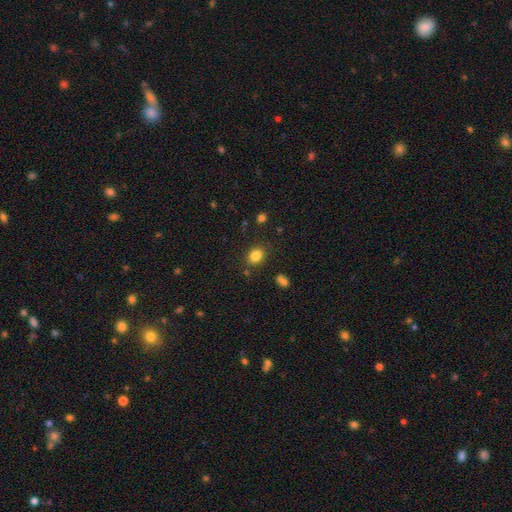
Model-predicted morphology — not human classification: Overall: smooth (83%). How rounded: in between (50%; round 49%). Merging: none (84%).